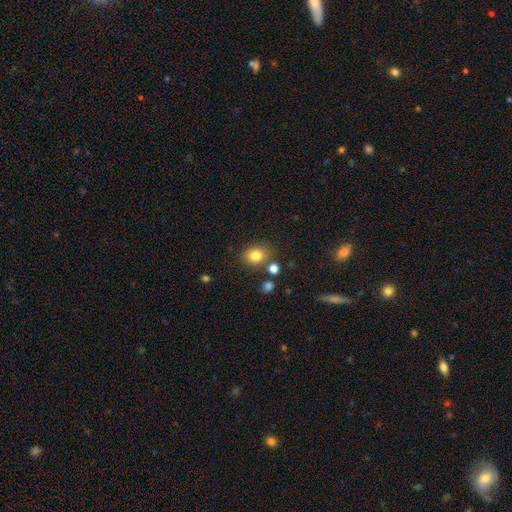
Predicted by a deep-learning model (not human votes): Smooth or featured?
  - smooth: 80% *
  - star or artifact: 12%
  - featured or disk: 8%
How rounded?
  - round: 58% *
  - in between: 41%
  - cigar-shaped: 1%
Merging?
  - none: 76% *
  - minor disturbance: 12%
  - merger: 8%
  - major disturbance: 4%